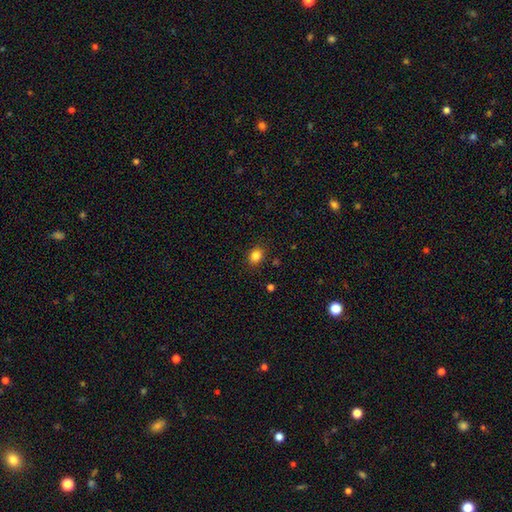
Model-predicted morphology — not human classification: This appears to be a smooth galaxy with no disk features (83%) that is in between round and cigar-shaped (51%). Merging: none (87%).